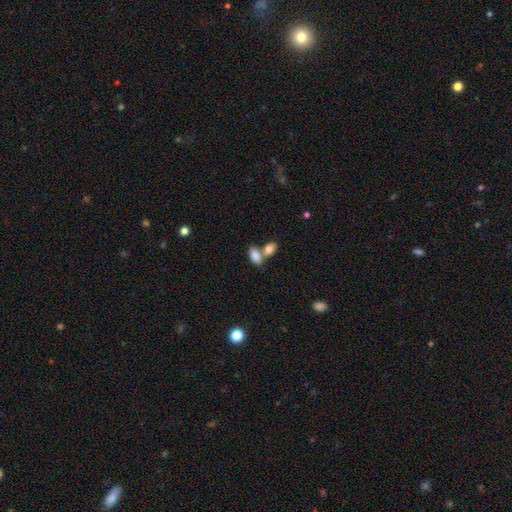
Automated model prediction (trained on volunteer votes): smooth 84%, featured or disk 9%, star or artifact 8%. Down the decision tree: how rounded — in between (90%); merging — merger (50%).